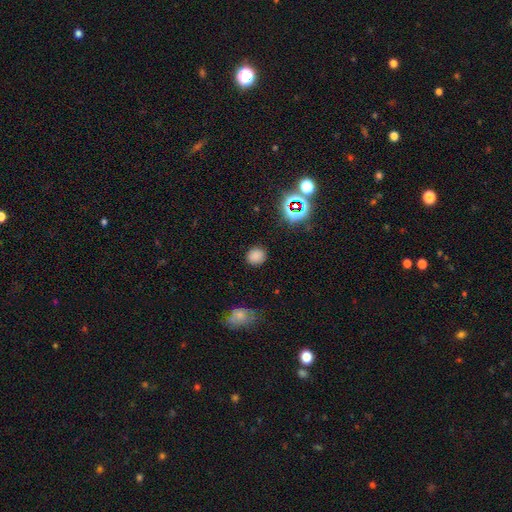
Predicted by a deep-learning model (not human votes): The model was most divided on "how rounded": round: 76%, in between: 23%, cigar-shaped: 1%. More confident: merging — none (86%); smooth or featured — smooth (78%).